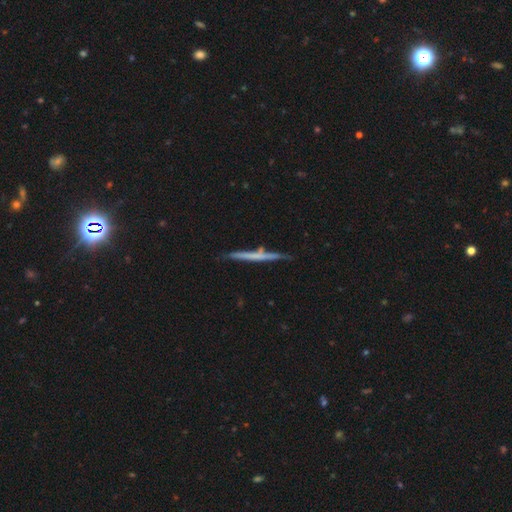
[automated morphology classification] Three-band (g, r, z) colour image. It shows a featured or disk galaxy (55%) viewed edge-on (97%) with no central bulge (81%). Merging: none (82%).